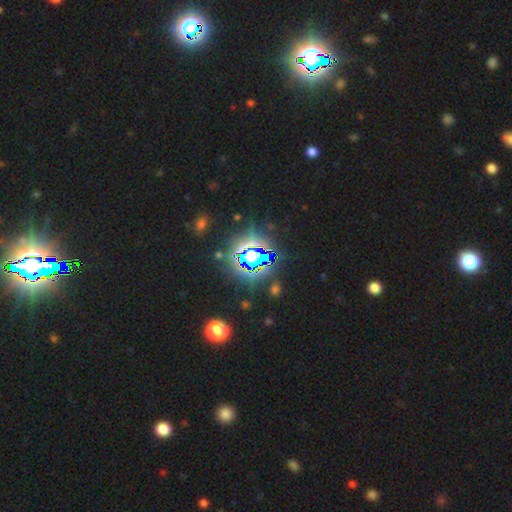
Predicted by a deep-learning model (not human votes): This appears to be a star or artifact, not a galaxy (74%).